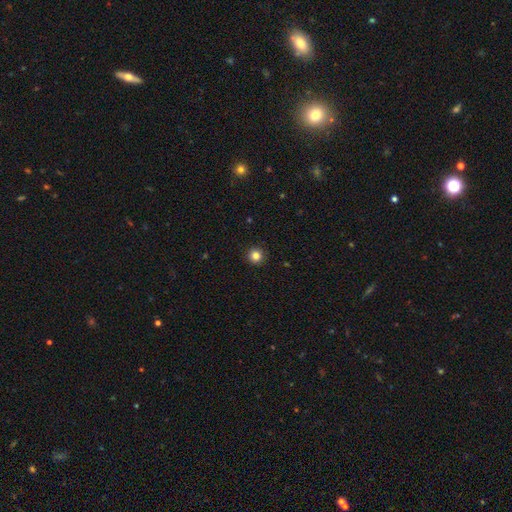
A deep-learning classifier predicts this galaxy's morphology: type=smooth (84%); roundness=round (96%); merging=none (93%).